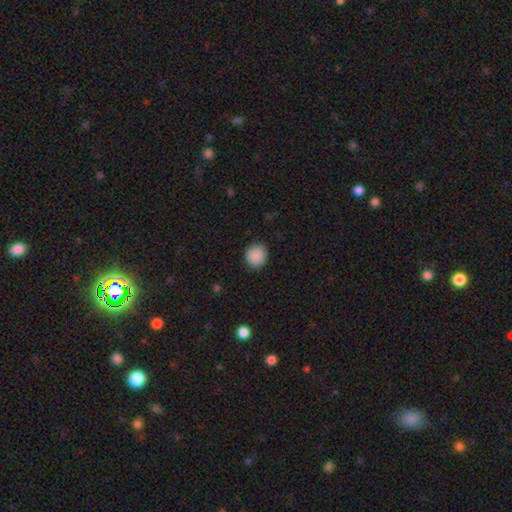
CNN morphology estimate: The model was most divided on "how rounded": round: 85%, in between: 14%, cigar-shaped: 1%. More confident: smooth or featured — smooth (89%); merging — none (87%).